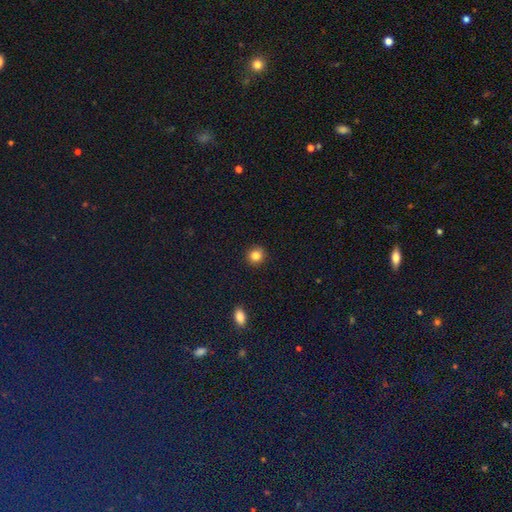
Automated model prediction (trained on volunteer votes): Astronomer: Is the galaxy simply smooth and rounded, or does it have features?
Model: smooth — 84%.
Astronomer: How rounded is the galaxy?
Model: round — 89%.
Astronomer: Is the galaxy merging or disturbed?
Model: none — 92%.